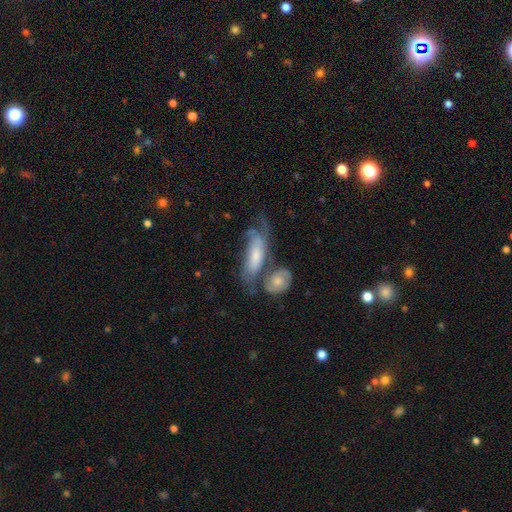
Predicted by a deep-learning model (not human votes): Smooth or featured? Predicted: featured or disk (p=0.53). Edge-on disk? Predicted: no (p=0.83). Merging? Predicted: merger (p=0.35).